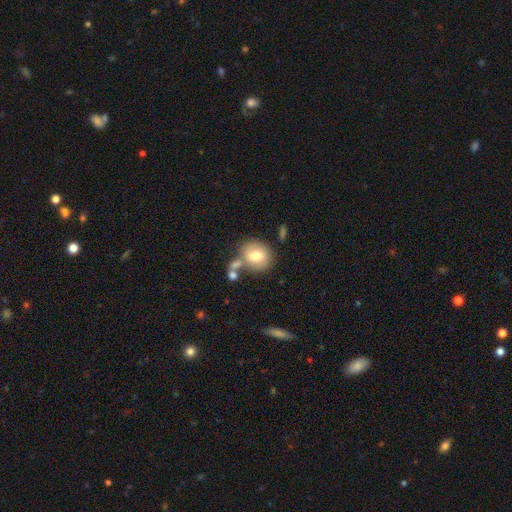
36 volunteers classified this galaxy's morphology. smooth 69%, featured or disk 28%, star or artifact 3%. Down the decision tree: how rounded — round (92%); merging — none (63%).